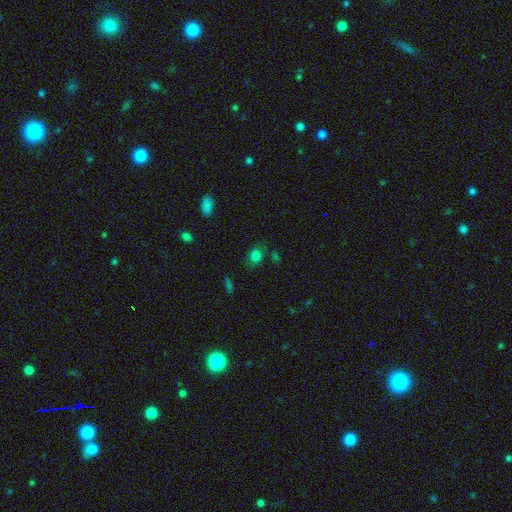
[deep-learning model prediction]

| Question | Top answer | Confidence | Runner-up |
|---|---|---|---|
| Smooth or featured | smooth | 79% | star or artifact (16%) |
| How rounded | round | 58% | in between (41%) |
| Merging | none | 78% | minor disturbance (14%) |